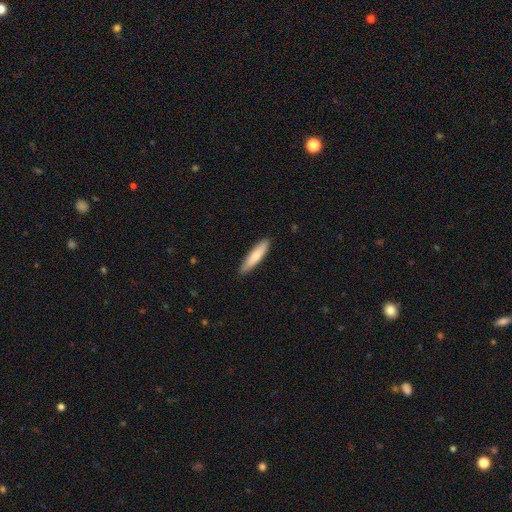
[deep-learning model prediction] smooth_or_featured: smooth (p=0.79) [alt: featured or disk p=0.16]
how_rounded: cigar-shaped (p=0.80) [alt: in between p=0.18]
merging: none (p=0.89) [alt: minor disturbance p=0.09]